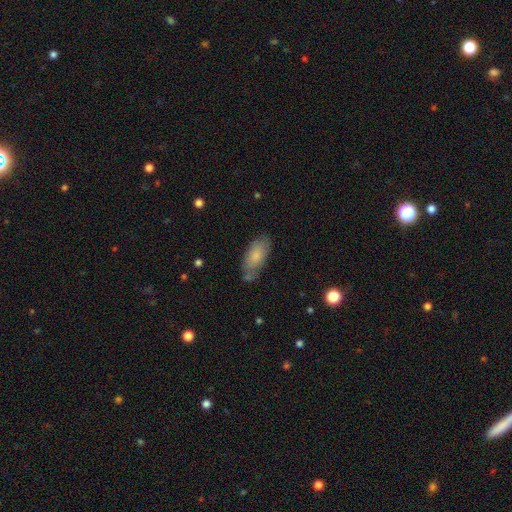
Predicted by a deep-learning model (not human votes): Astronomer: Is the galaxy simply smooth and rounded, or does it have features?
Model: smooth — 77%.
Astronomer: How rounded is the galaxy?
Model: in between — 88%.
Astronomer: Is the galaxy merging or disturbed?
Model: none — 67%.